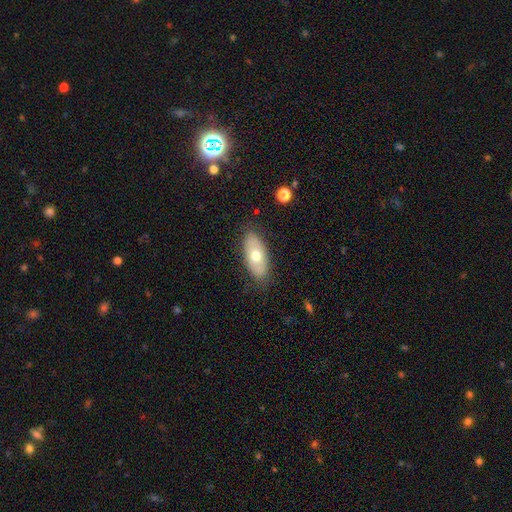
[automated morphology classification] Smooth or featured: smooth — 62% (featured or disk — 31%)
How rounded: in between — 90% (cigar-shaped — 7%)
Merging: none — 83% (minor disturbance — 13%)